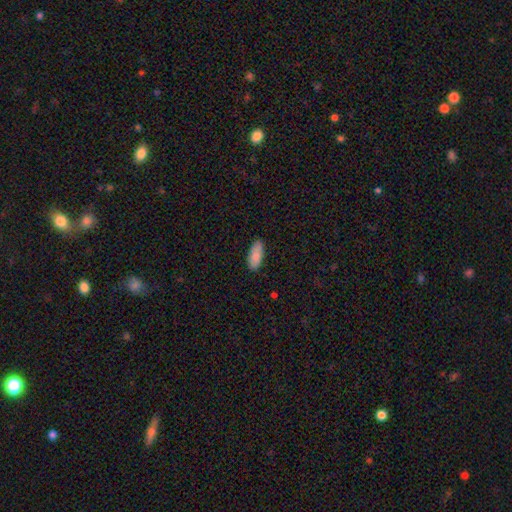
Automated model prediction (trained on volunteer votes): smooth-or-featured: smooth: 88% | star or artifact: 6% | featured or disk: 6%
  how-rounded: in between: 78% | cigar-shaped: 20% | round: 2%
  merging: none: 86% | minor disturbance: 11% | major disturbance: 2% | merger: 1%